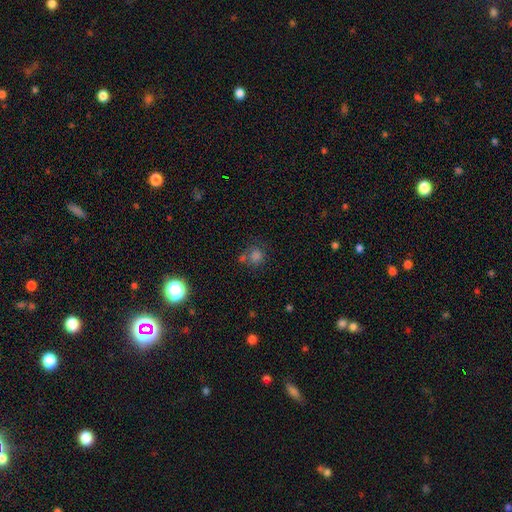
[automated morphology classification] Smooth or featured?
  - smooth: 68% *
  - star or artifact: 23%
  - featured or disk: 9%
How rounded?
  - round: 86% *
  - in between: 13%
  - cigar-shaped: 1%
Merging?
  - none: 62% *
  - merger: 18%
  - minor disturbance: 13%
  - major disturbance: 7%